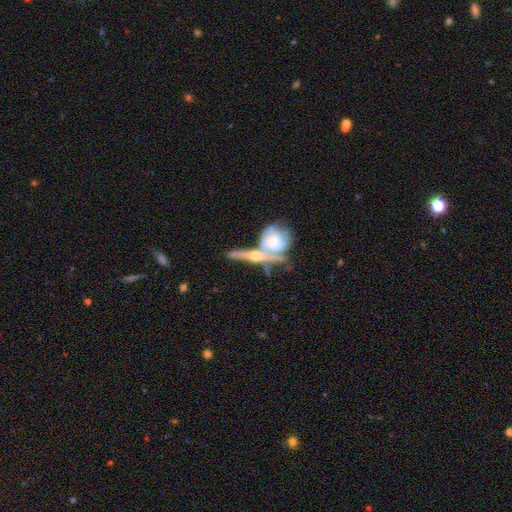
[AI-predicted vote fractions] Smooth or featured? Predicted: featured or disk (p=0.69). Edge-on disk? Predicted: yes (p=0.63). Merging? Predicted: merger (p=0.51).